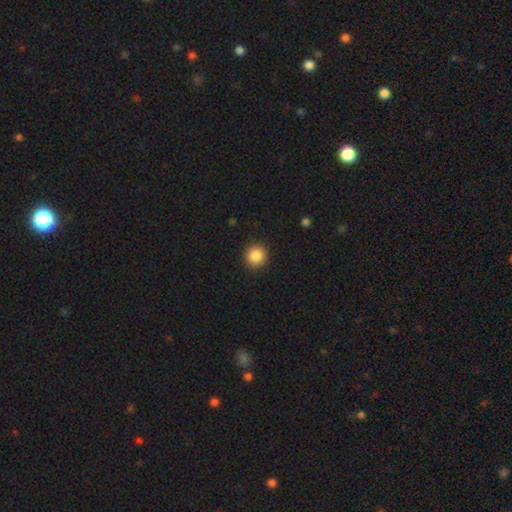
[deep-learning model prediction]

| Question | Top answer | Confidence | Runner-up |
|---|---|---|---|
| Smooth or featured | smooth | 87% | star or artifact (9%) |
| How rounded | round | 94% | in between (5%) |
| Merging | none | 92% | minor disturbance (5%) |